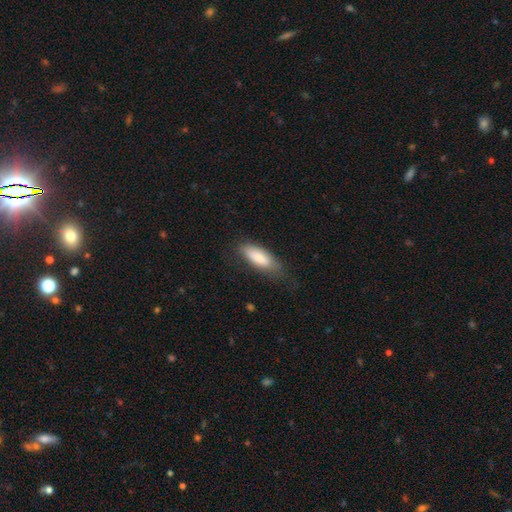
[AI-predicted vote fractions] Smooth or featured? Predicted: smooth (p=0.80). How rounded? Predicted: in between (p=0.66). Merging? Predicted: none (p=0.68).